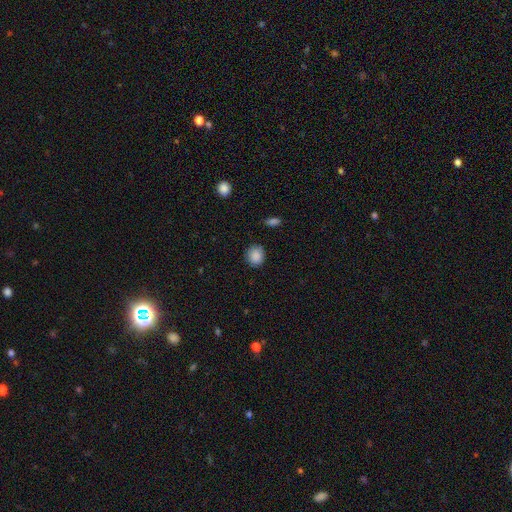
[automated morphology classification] A smooth galaxy with no disk features (88%) that is round (80%). Merging: none (86%).